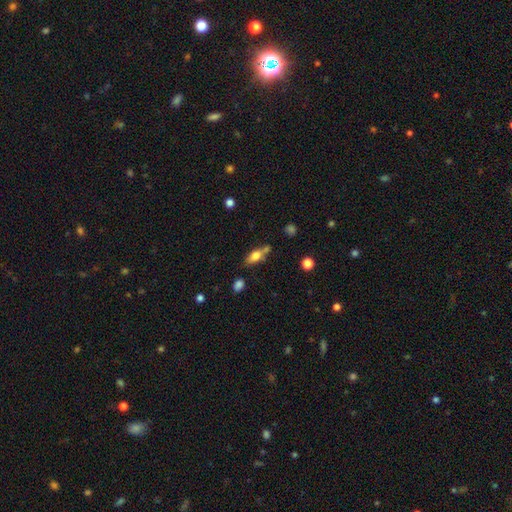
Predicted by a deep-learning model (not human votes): smooth 65%, featured or disk 27%, star or artifact 9%. Down the decision tree: how rounded — in between (69%); merging — none (57%).